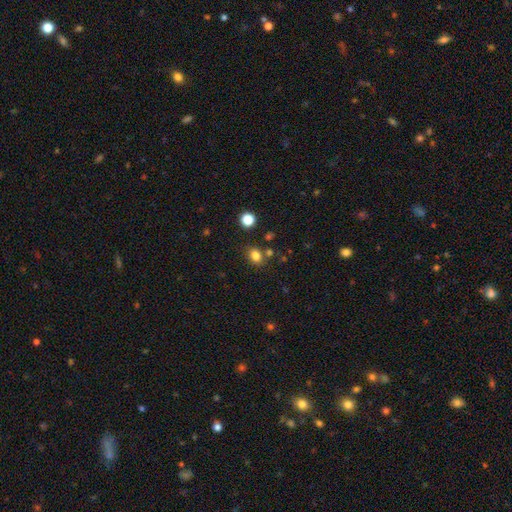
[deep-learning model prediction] Smooth or featured?
  - smooth: 81% *
  - star or artifact: 13%
  - featured or disk: 6%
How rounded?
  - in between: 58% *
  - round: 41%
  - cigar-shaped: 1%
Merging?
  - none: 77% *
  - minor disturbance: 12%
  - merger: 8%
  - major disturbance: 3%